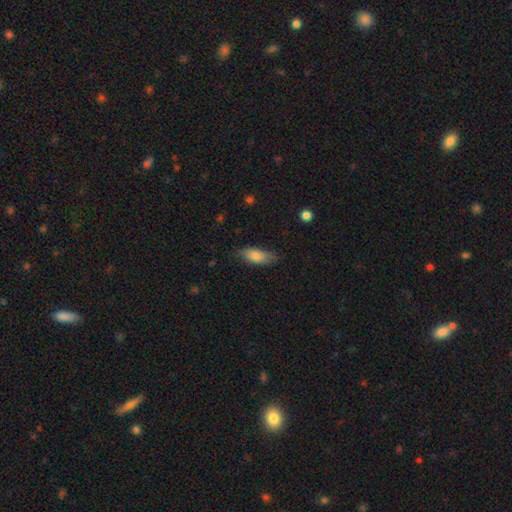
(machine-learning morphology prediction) A smooth galaxy with no disk features (78%) that is in between round and cigar-shaped (77%). Merging: none (73%).